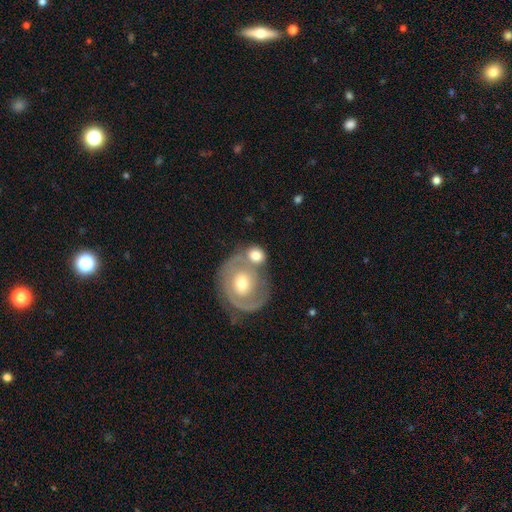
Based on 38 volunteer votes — A smooth galaxy with no disk features (47%) that is round (78%). Merging: merger (51%).